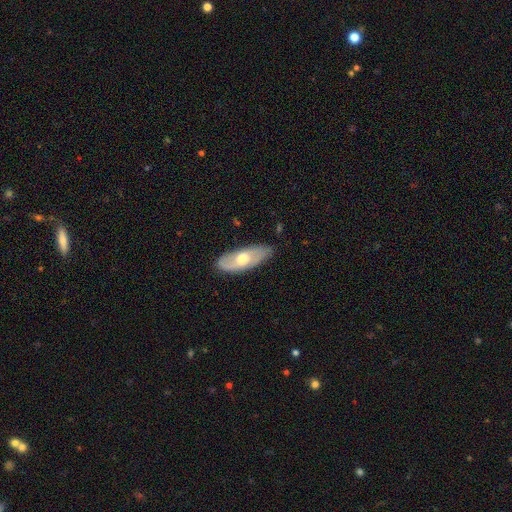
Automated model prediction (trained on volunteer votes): Smooth or featured? featured or disk (47%, tied with smooth)
Merging? none (78%)